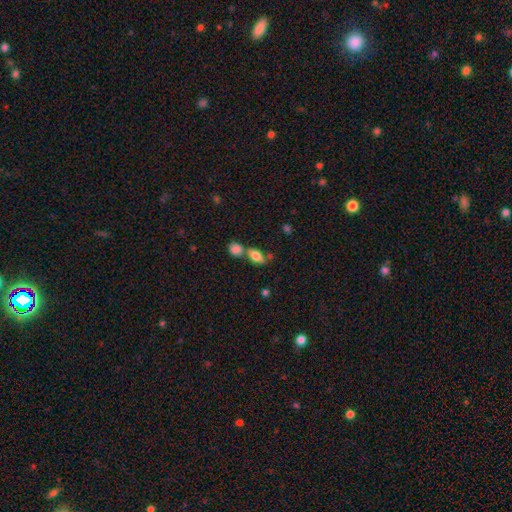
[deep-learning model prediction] This appears to be a smooth galaxy with no disk features (79%) that is in between round and cigar-shaped (84%). Merging: merger (43%).